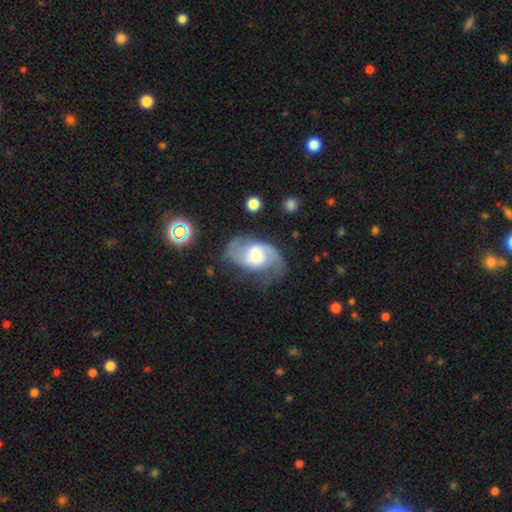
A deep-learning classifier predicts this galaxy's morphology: Smooth or featured? Predicted: featured or disk (p=0.83). Edge-on disk? Predicted: no (p=0.97). Bar? Predicted: weak (p=0.48). Spiral arms? Predicted: yes (p=0.95). Spiral winding? Predicted: medium (p=0.51). Spiral arm count? Predicted: 2 (p=0.87). Bulge size? Predicted: moderate (p=0.41). Merging? Predicted: none (p=0.61).